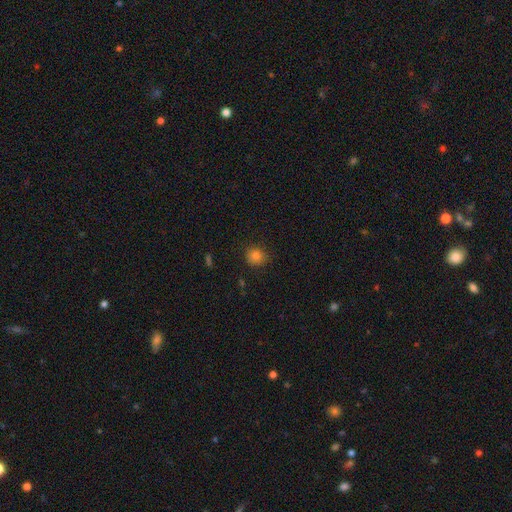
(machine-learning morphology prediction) type=smooth (81%); roundness=round (84%); merging=none (85%).